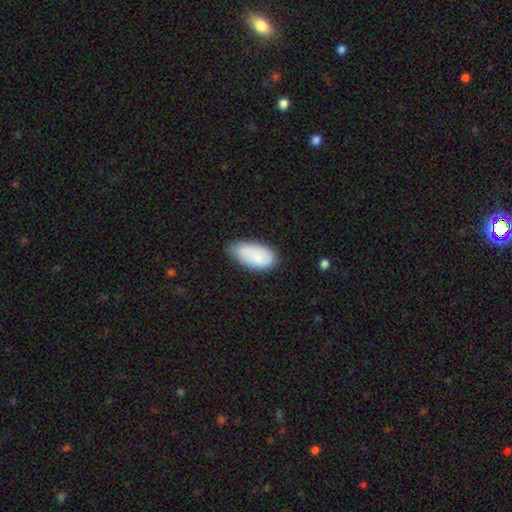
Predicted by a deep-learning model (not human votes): smooth_or_featured: smooth (p=0.80) [alt: featured or disk p=0.14]
how_rounded: in between (p=0.94) [alt: cigar-shaped p=0.03]
merging: none (p=0.48) [alt: minor disturbance p=0.40]